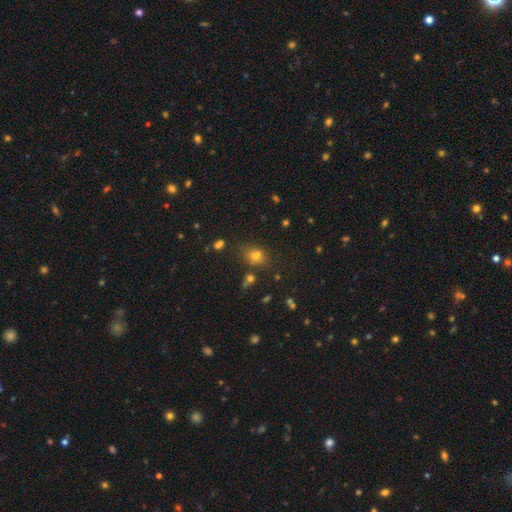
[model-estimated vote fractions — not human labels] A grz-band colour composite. It shows a smooth galaxy with no disk features (68%) that is round (53%). Merging: none (65%).